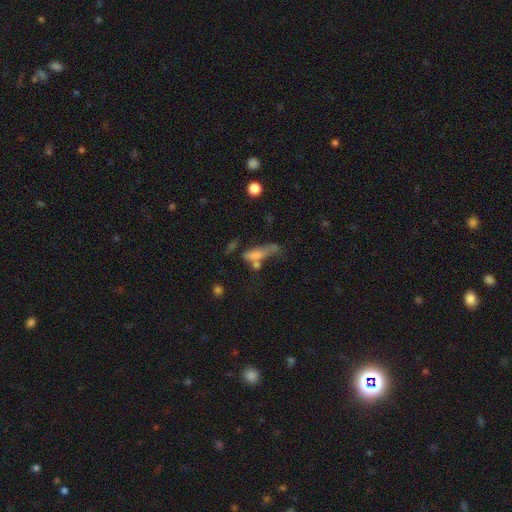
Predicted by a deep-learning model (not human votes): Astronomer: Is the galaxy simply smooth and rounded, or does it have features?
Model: smooth — 61%.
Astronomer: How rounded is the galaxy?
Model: in between — 47%, tied with cigar-shaped at 47%.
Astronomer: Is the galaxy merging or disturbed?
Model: merger — 30% (runner-up: none, 26%).